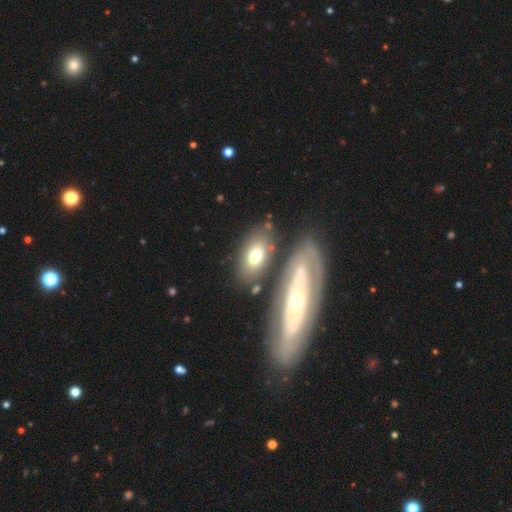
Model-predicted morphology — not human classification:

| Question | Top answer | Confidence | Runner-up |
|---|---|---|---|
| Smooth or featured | smooth | 68% | featured or disk (25%) |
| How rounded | in between | 88% | round (8%) |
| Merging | none | 65% | merger (16%) |